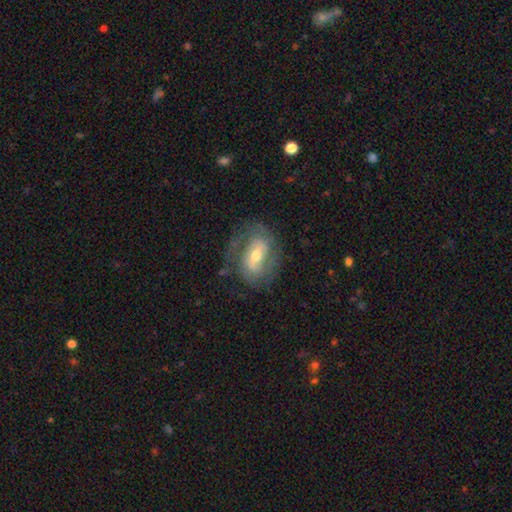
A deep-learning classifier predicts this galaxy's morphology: featured or disk 75%, smooth 19%, star or artifact 6%. Down the decision tree: edge-on disk — no (95%); bar — weak (43%); spiral arms — yes (80%); spiral arm count — 2 (57%); spiral winding — tight (43%); bulge size — moderate (62%); merging — none (64%).